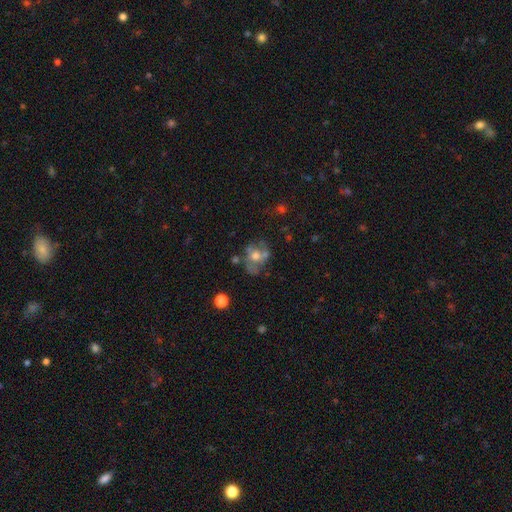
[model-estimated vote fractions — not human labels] Smooth or featured: featured or disk — 52% (smooth — 37%)
Edge-on disk: no — 96% (yes — 4%)
Bar: no — 80% (weak — 16%)
Spiral arms: no — 62% (yes — 38%)
Bulge size: moderate — 61% (large — 19%)
Merging: none — 47% (minor disturbance — 22%)